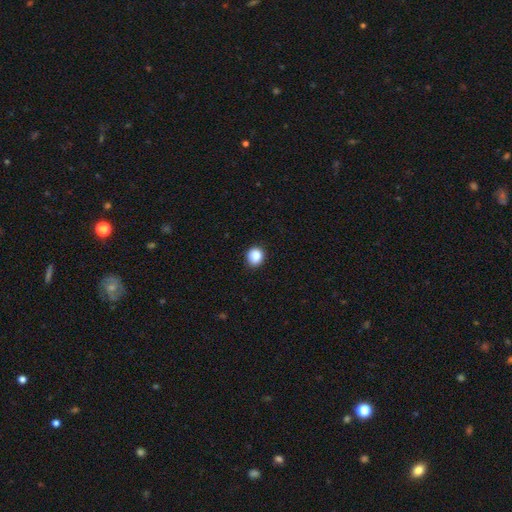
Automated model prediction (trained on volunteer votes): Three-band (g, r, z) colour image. It shows a smooth galaxy with no disk features (88%) that is round (82%). Merging: none (88%).